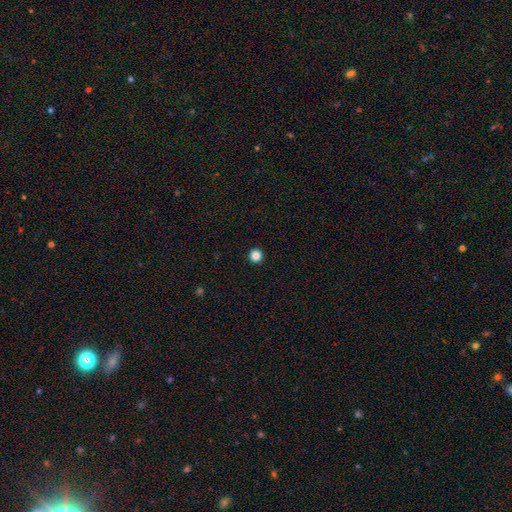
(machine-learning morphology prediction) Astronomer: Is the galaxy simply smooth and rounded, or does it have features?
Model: smooth — 85%.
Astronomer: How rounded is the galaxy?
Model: round — 96%.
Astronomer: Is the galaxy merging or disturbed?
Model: none — 94%.